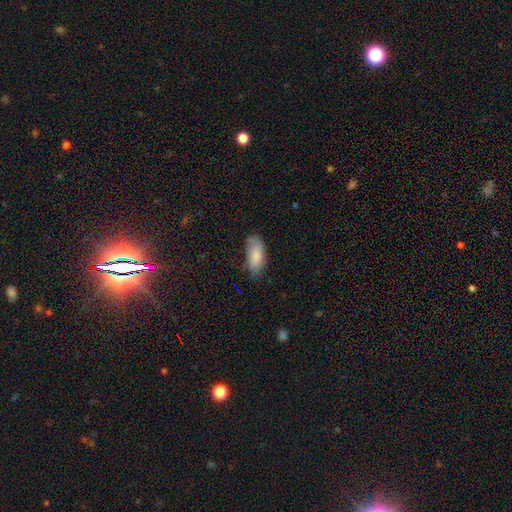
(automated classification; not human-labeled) smooth-or-featured: smooth: 82% | featured or disk: 11% | star or artifact: 7%
  how-rounded: in between: 88% | cigar-shaped: 10% | round: 2%
  merging: none: 57% | minor disturbance: 31% | major disturbance: 9% | merger: 2%